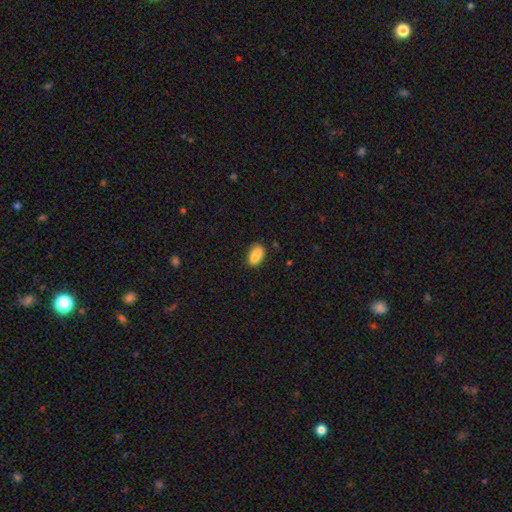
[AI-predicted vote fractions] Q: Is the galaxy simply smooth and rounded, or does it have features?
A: smooth — 82%.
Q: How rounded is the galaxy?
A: in between — 87%.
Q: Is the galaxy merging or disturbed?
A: none — 63%.